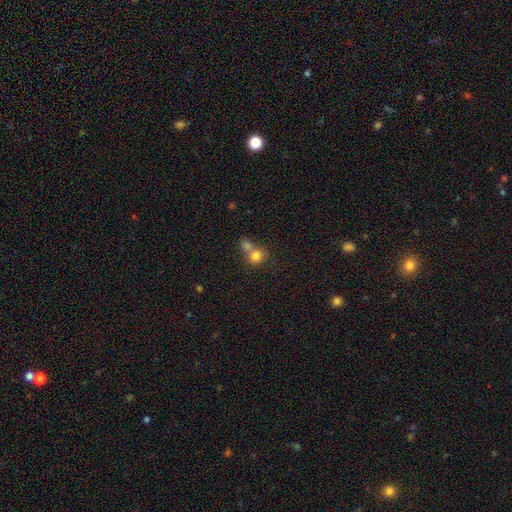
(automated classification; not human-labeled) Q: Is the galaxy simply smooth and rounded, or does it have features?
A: smooth — 78%.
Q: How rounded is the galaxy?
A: round — 75%.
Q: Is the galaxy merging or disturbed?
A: merger — 58%.